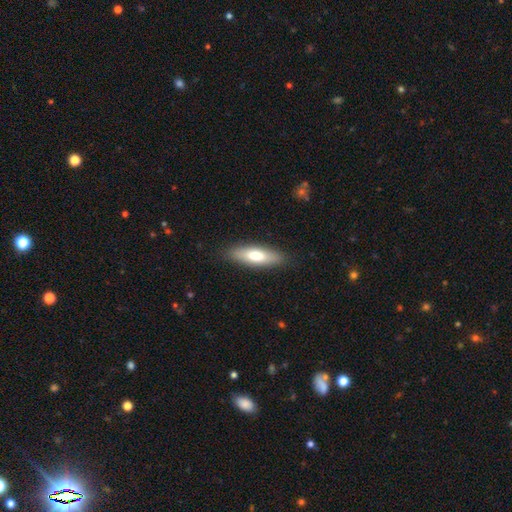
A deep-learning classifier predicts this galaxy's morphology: Overall: smooth (72%). How rounded: in between (49%, tied with cigar-shaped). Merging: none (87%).